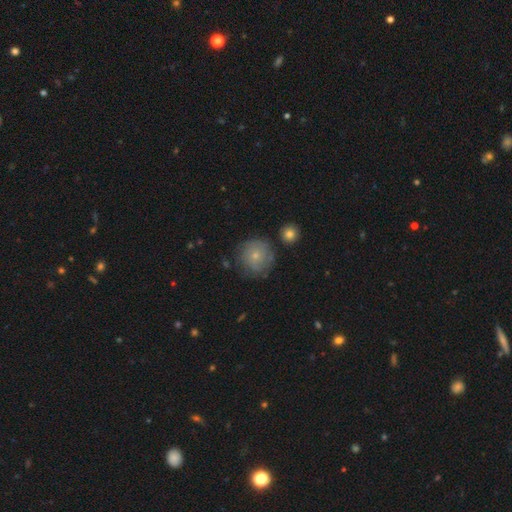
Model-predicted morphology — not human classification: smooth-or-featured: smooth: 58% | featured or disk: 33% | star or artifact: 9%
  how-rounded: round: 93% | in between: 6% | cigar-shaped: 1%
  merging: none: 75% | minor disturbance: 16% | major disturbance: 6% | merger: 4%